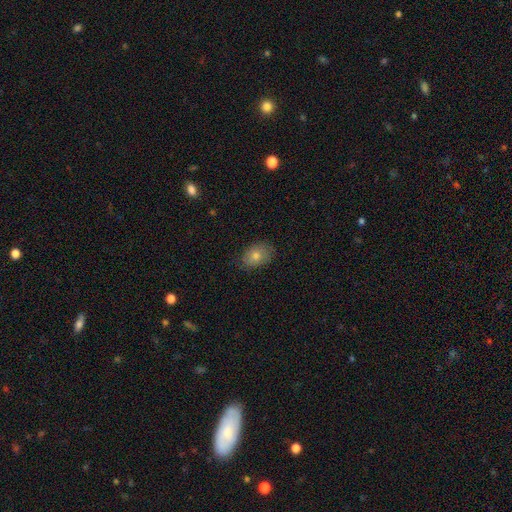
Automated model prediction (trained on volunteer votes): Smooth or featured: smooth — 73% (featured or disk — 16%)
How rounded: in between — 74% (round — 25%)
Merging: none — 80% (minor disturbance — 16%)